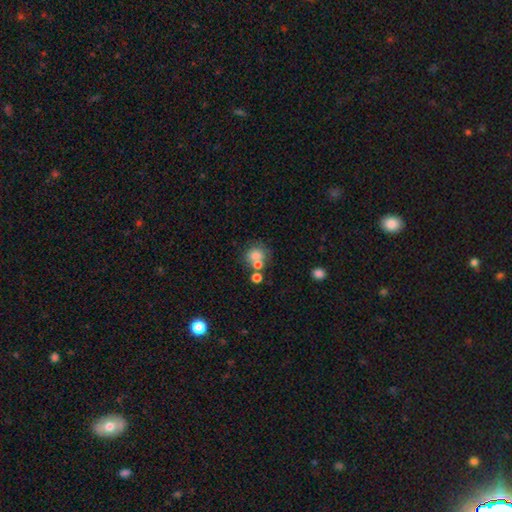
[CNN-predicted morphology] smooth_or_featured: smooth (p=0.74) [alt: star or artifact p=0.13]
how_rounded: round (p=0.73) [alt: in between p=0.26]
merging: none (p=0.48) [alt: merger p=0.31]